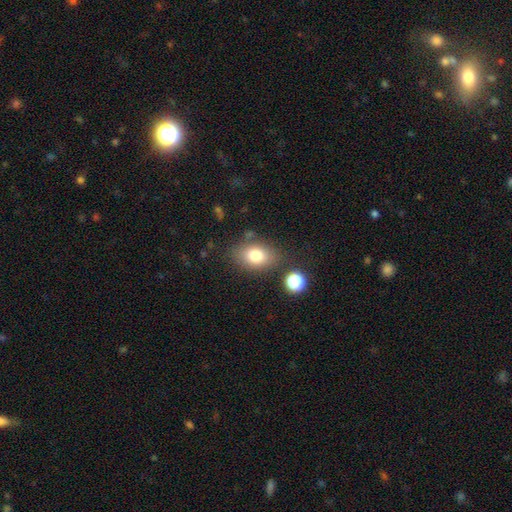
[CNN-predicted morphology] Smooth or featured? smooth (78%)
How rounded? in between (74%)
Merging? none (77%)